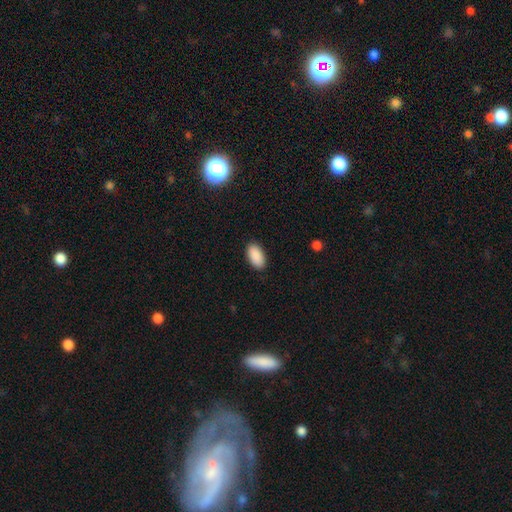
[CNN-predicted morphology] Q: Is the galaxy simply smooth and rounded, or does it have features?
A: smooth — 91%.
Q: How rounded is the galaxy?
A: in between — 95%.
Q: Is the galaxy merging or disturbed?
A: none — 89%.